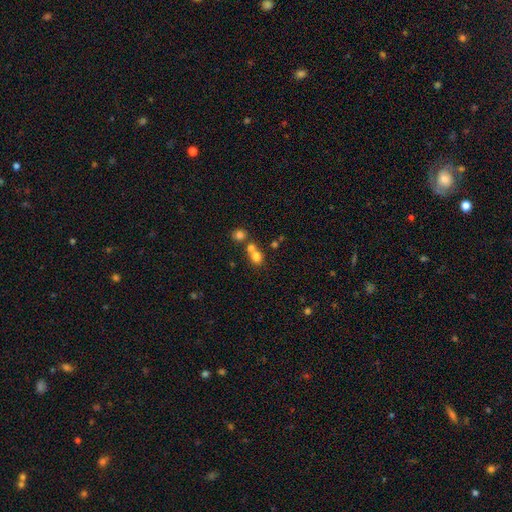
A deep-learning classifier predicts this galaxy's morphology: A smooth galaxy with no disk features (73%) that is round (75%).

Vote fractions:
- Smooth or featured? smooth: 73% / star or artifact: 15% / featured or disk: 12%
- How rounded? round: 75% / in between: 24% / cigar-shaped: 1%
- Merging? merger: 49% / none: 41% / minor disturbance: 6% / major disturbance: 3%